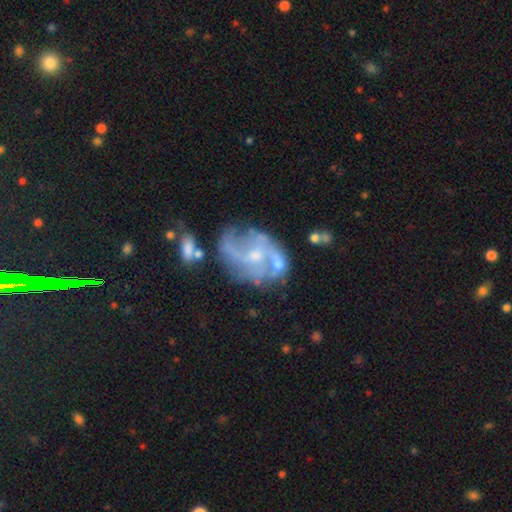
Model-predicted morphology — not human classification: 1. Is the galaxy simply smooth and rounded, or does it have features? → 81% featured or disk, 11% smooth, 8% star or artifact.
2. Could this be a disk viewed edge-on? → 97% no, 3% yes.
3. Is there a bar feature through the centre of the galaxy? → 57% no, 36% weak, 8% strong.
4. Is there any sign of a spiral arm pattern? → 83% yes, 17% no.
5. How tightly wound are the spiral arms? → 43% loose, 41% medium, 16% tight.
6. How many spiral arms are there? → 46% 2, 24% can't tell, 15% 3, 6% 4, 5% 1, 4% more than 4.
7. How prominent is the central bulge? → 59% small, 32% moderate, 6% none, 2% large, 1% dominant.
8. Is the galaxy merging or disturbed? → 49% none, 21% minor disturbance, 18% major disturbance, 13% merger.